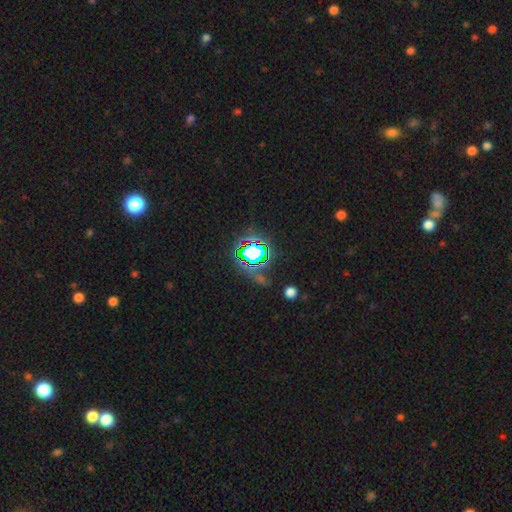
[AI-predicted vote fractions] Smooth or featured?
  - star or artifact: 66% *
  - smooth: 20%
  - featured or disk: 14%